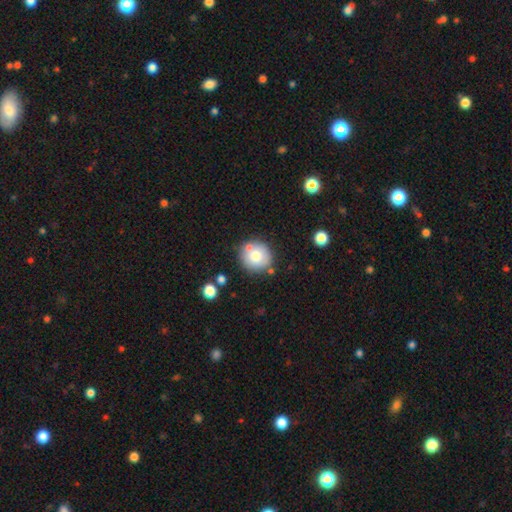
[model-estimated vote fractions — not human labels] smooth 73%, featured or disk 18%, star or artifact 9%. Down the decision tree: how rounded — round (90%); merging — none (75%).